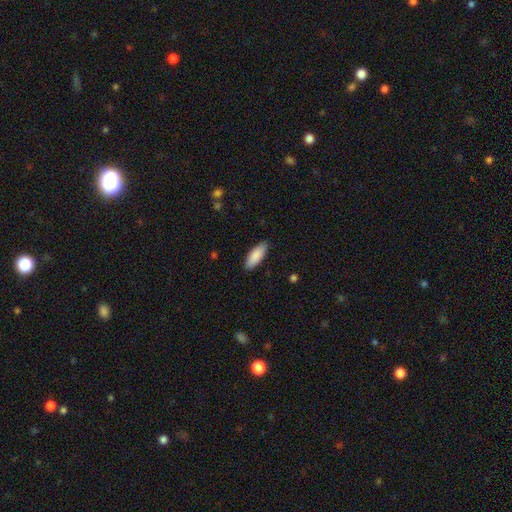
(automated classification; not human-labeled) Smooth or featured? Predicted: smooth (p=0.89). How rounded? Predicted: in between (p=0.74). Merging? Predicted: none (p=0.88).